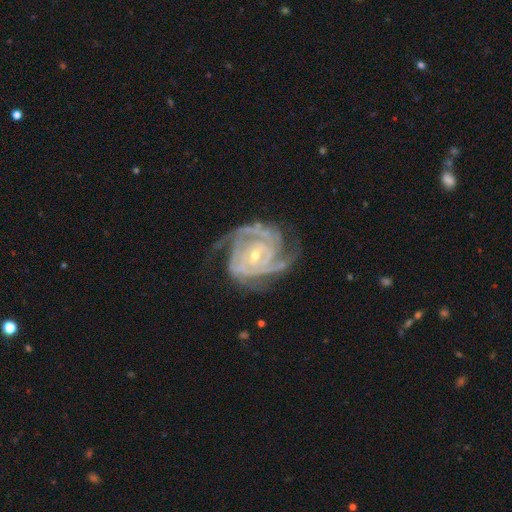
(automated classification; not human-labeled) This is clearly a featured or disk galaxy (92%). It is clearly not viewed edge-on (98%). Bar: possibly no (55%). Spiral arm pattern: clearly yes (98%). Spiral arm count: marginally 3 (31%). Spiral winding: likely tight (70%). Central bulge: likely small (63%). Merging: likely none (64%).